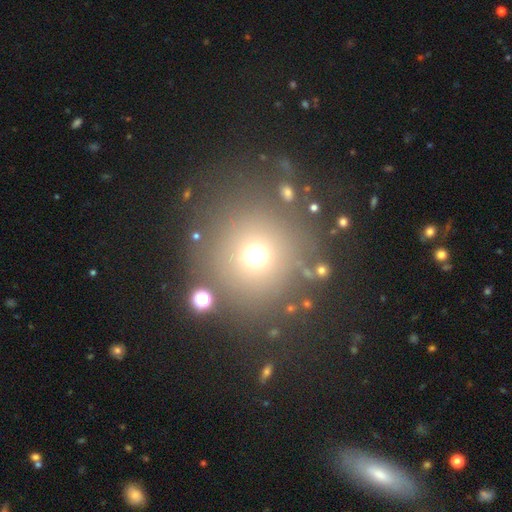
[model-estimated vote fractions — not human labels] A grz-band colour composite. It shows a smooth galaxy with no disk features (66%) that is round (93%). Merging: none (78%).